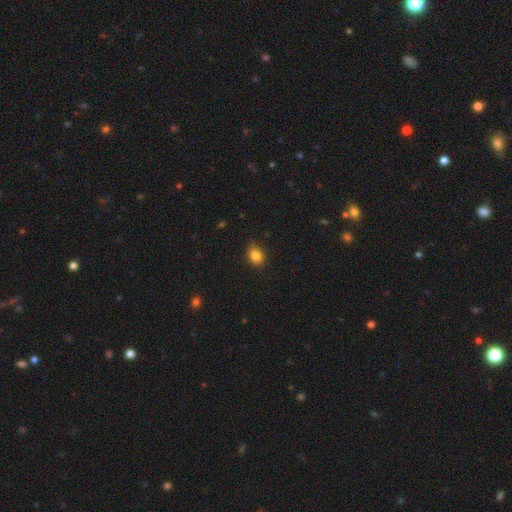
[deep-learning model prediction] The model was most divided on "how rounded": in between: 50%, round: 49%, cigar-shaped: 1%. More confident: merging — none (84%); smooth or featured — smooth (83%).